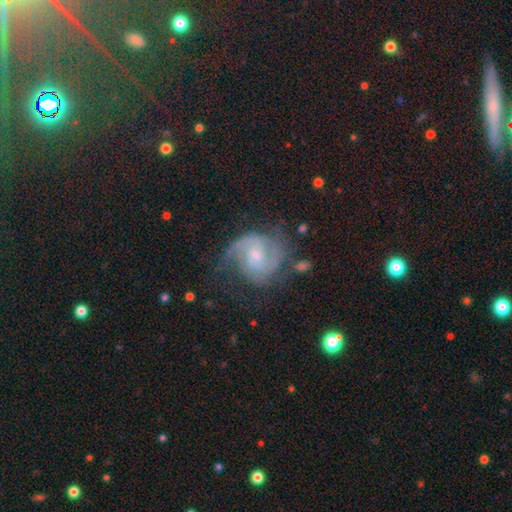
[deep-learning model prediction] featured or disk 87%, smooth 7%, star or artifact 6%. Down the decision tree: edge-on disk — no (98%); bar — no (57%); spiral arms — yes (97%); spiral arm count — 2 (56%); spiral winding — medium (45%); bulge size — small (62%); merging — none (61%).